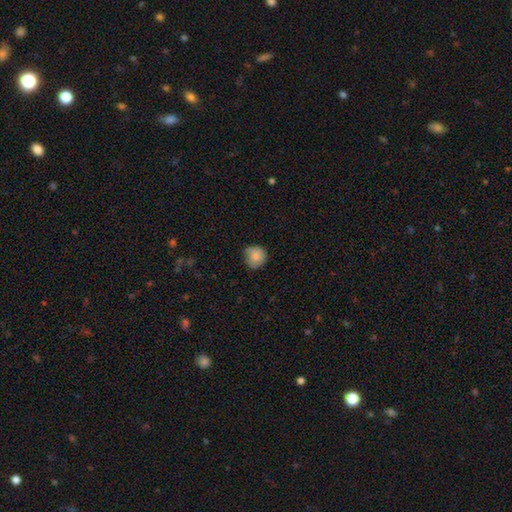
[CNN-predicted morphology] The model was most divided on "merging": none: 68%, minor disturbance: 26%, major disturbance: 5%, merger: 1%. More confident: how rounded — round (88%); smooth or featured — smooth (82%).